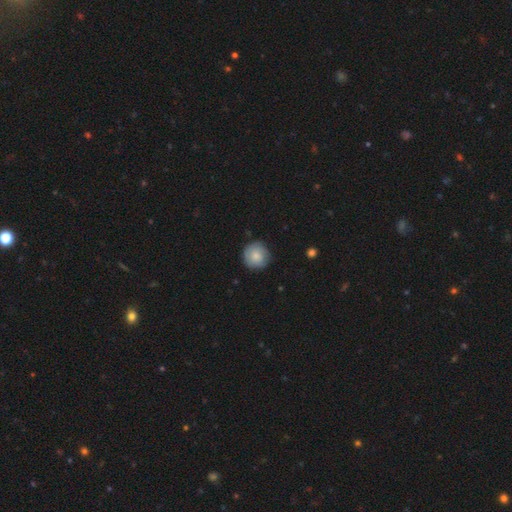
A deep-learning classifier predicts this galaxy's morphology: Q: Smooth or featured?
A: smooth (79%); runner-up: featured or disk (15%)
Q: How rounded?
A: round (94%); runner-up: in between (5%)
Q: Merging?
A: none (83%); runner-up: minor disturbance (13%)